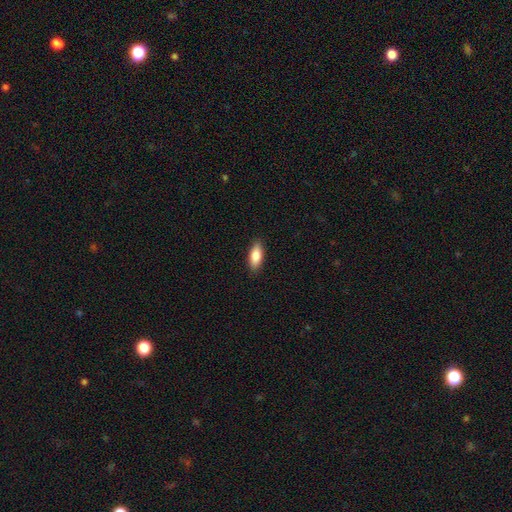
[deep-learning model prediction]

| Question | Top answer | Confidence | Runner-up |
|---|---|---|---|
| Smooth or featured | smooth | 84% | featured or disk (10%) |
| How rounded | in between | 79% | cigar-shaped (19%) |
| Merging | none | 89% | minor disturbance (8%) |